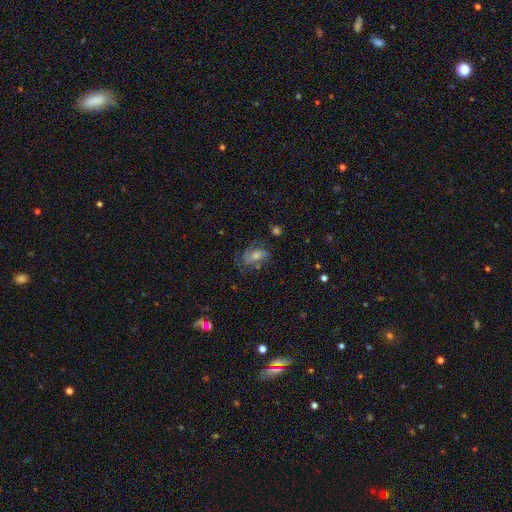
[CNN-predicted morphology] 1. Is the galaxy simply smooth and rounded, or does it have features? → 60% featured or disk, 22% smooth, 18% star or artifact.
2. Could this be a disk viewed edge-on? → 95% no, 5% yes.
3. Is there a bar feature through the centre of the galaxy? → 52% no, 37% weak, 11% strong.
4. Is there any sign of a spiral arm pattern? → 86% yes, 14% no.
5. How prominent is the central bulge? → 53% moderate, 34% small, 7% large, 4% none, 2% dominant.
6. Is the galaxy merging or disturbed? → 66% none, 19% minor disturbance, 12% major disturbance, 3% merger.